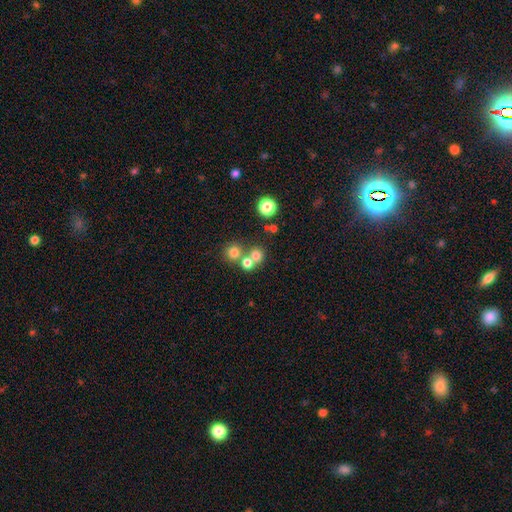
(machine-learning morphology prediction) Smooth or featured?
  - smooth: 70% *
  - star or artifact: 18%
  - featured or disk: 12%
How rounded?
  - round: 87% *
  - in between: 12%
  - cigar-shaped: 1%
Merging?
  - none: 51% *
  - merger: 40%
  - minor disturbance: 6%
  - major disturbance: 3%